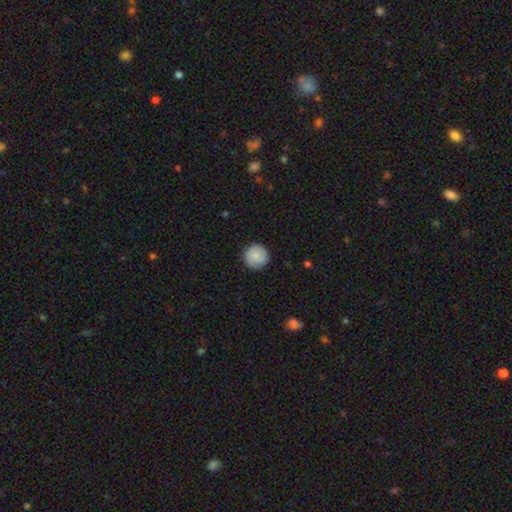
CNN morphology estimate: This is clearly a smooth galaxy (81%). How rounded: clearly round (95%). Merging: clearly none (88%).